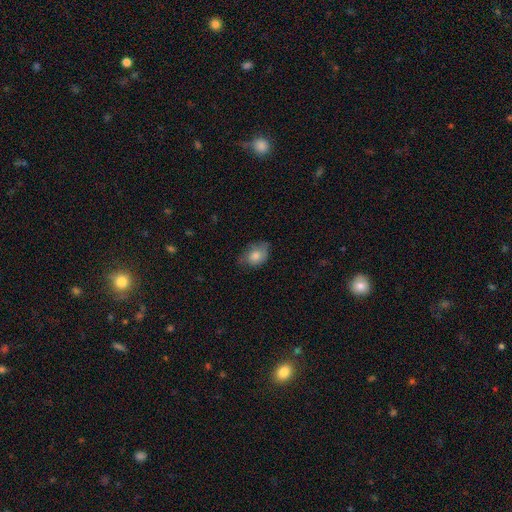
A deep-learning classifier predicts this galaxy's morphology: smooth-or-featured: smooth: 75% | featured or disk: 17% | star or artifact: 8%
  how-rounded: in between: 73% | round: 26% | cigar-shaped: 1%
  merging: none: 56% | minor disturbance: 33% | major disturbance: 10% | merger: 1%